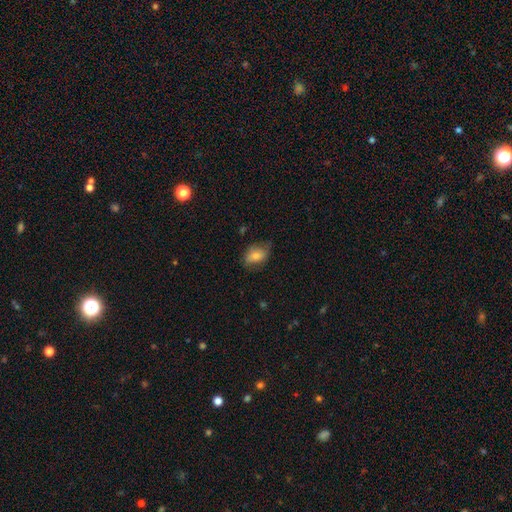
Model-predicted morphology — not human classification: Overall: smooth (73%). How rounded: in between (82%). Merging: none (62%; minor disturbance 27%).